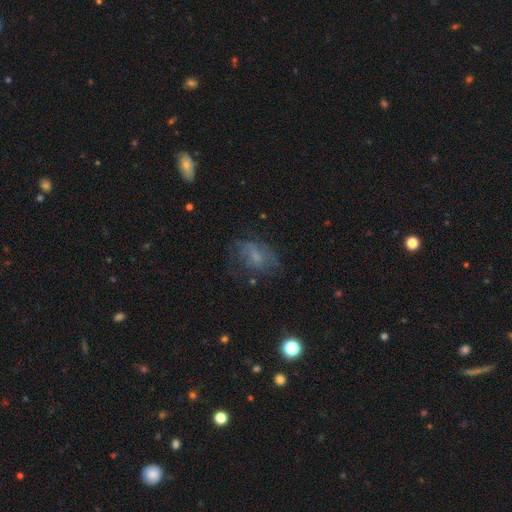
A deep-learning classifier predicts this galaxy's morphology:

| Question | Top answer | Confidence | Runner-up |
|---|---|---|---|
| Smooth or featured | smooth | 45% | featured or disk (39%) |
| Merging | none | 51% | minor disturbance (24%) |